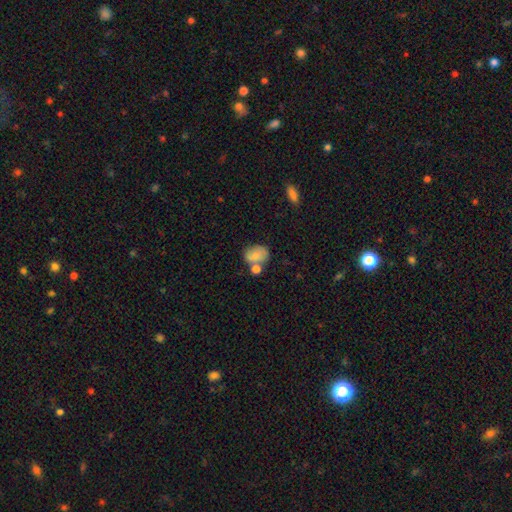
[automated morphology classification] Smooth or featured?
  - smooth: 77% *
  - featured or disk: 15%
  - star or artifact: 9%
How rounded?
  - in between: 64% *
  - round: 35%
  - cigar-shaped: 1%
Merging?
  - none: 45% *
  - merger: 30%
  - minor disturbance: 18%
  - major disturbance: 7%